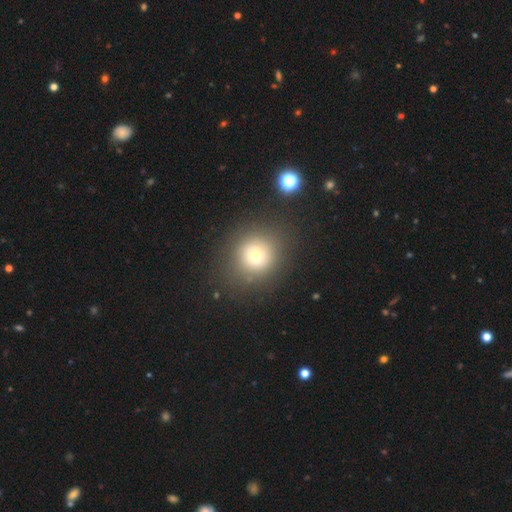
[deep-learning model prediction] A smooth galaxy with no disk features (70%) that is round (88%).

Vote fractions:
- Smooth or featured? smooth: 70% / star or artifact: 17% / featured or disk: 13%
- How rounded? round: 88% / in between: 11% / cigar-shaped: 1%
- Merging? none: 83% / minor disturbance: 9% / major disturbance: 5% / merger: 3%